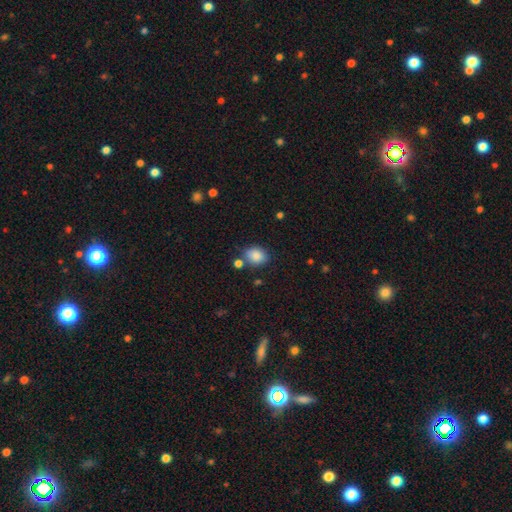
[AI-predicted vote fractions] A smooth galaxy with no disk features (86%) that is in between round and cigar-shaped (58%). Merging: none (73%).